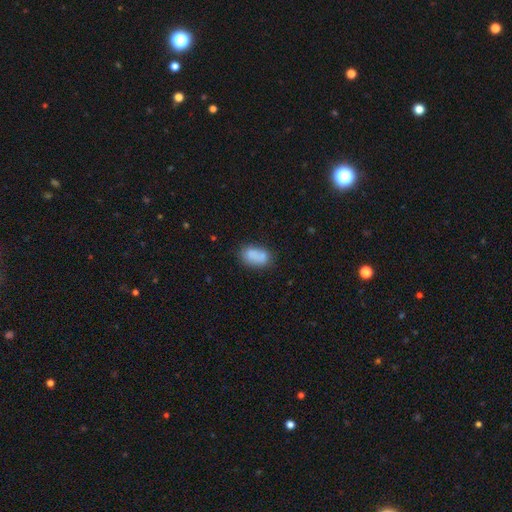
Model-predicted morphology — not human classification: The model was most divided on "merging": none: 53%, merger: 22%, minor disturbance: 18%, major disturbance: 6%. More confident: how rounded — in between (86%); smooth or featured — smooth (77%).